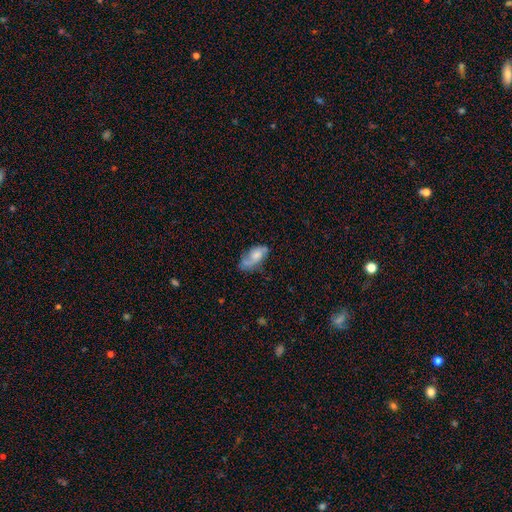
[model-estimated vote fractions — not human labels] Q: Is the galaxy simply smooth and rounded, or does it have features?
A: smooth — 50%.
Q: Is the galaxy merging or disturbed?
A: none — 46%.